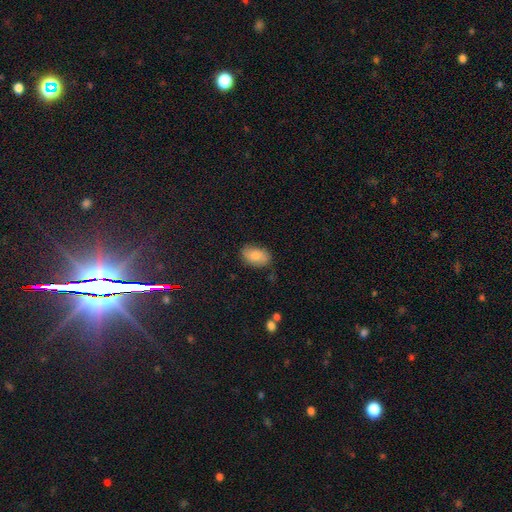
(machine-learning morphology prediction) Smooth or featured?
  - smooth: 80% *
  - featured or disk: 13%
  - star or artifact: 7%
How rounded?
  - in between: 91% *
  - round: 7%
  - cigar-shaped: 2%
Merging?
  - none: 77% *
  - minor disturbance: 17%
  - major disturbance: 4%
  - merger: 2%